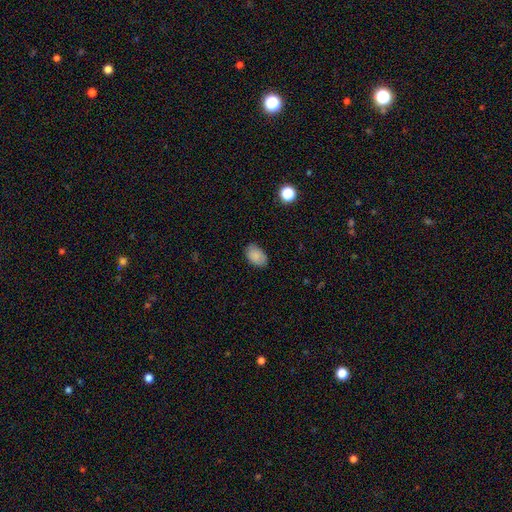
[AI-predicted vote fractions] This appears to be a smooth galaxy with no disk features (87%) that is in between round and cigar-shaped (89%). Merging: none (82%).